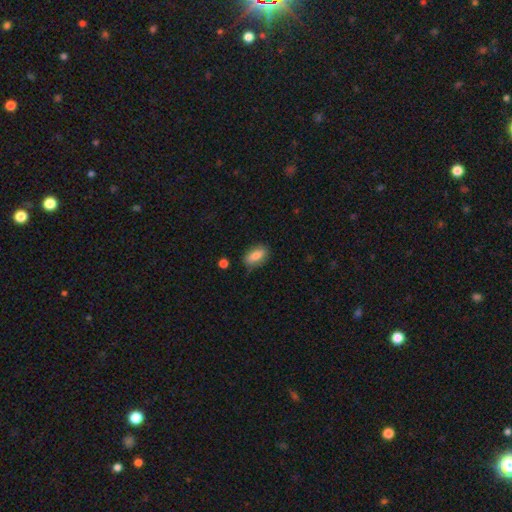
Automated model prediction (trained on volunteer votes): Smooth or featured: smooth — 80% (featured or disk — 12%)
How rounded: in between — 85% (cigar-shaped — 10%)
Merging: none — 74% (minor disturbance — 20%)